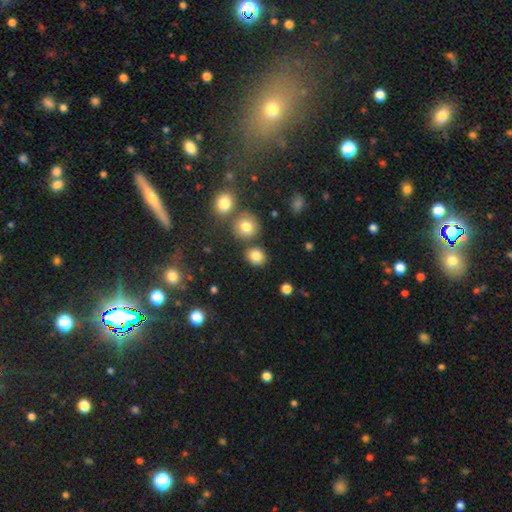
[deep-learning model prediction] A smooth galaxy with no disk features (82%) that is round (73%). Merging: none (78%).